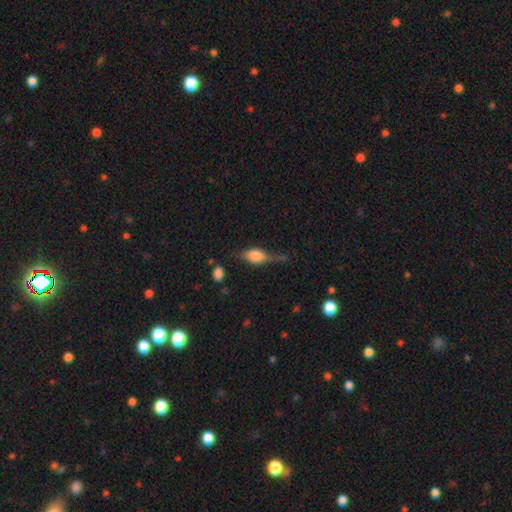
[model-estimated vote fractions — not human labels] A smooth galaxy with no disk features (56%) that is in between round and cigar-shaped (74%).

Vote fractions:
- Smooth or featured? smooth: 56% / featured or disk: 35% / star or artifact: 9%
- How rounded? in between: 74% / cigar-shaped: 17% / round: 9%
- Merging? none: 45% / minor disturbance: 31% / major disturbance: 19% / merger: 5%